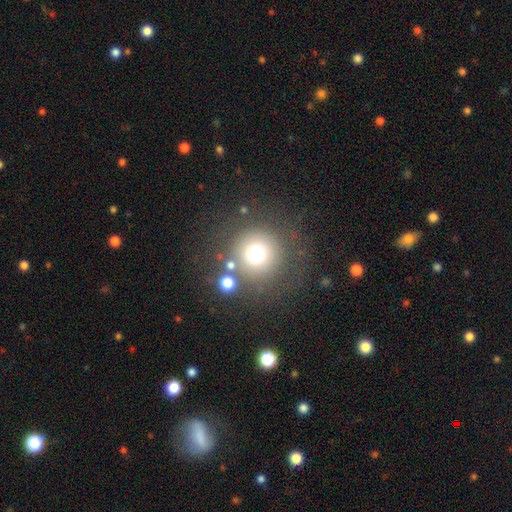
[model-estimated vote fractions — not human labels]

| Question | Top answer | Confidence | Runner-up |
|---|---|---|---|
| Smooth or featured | smooth | 70% | star or artifact (18%) |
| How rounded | round | 95% | in between (4%) |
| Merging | none | 76% | minor disturbance (9%) |